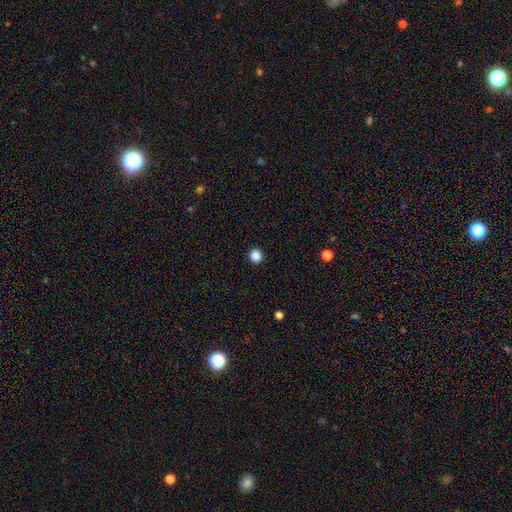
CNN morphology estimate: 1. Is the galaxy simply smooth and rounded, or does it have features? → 87% smooth, 11% star or artifact, 3% featured or disk.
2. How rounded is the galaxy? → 94% round, 5% in between, 1% cigar-shaped.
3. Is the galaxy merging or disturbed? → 93% none, 4% minor disturbance, 2% major disturbance, 1% merger.